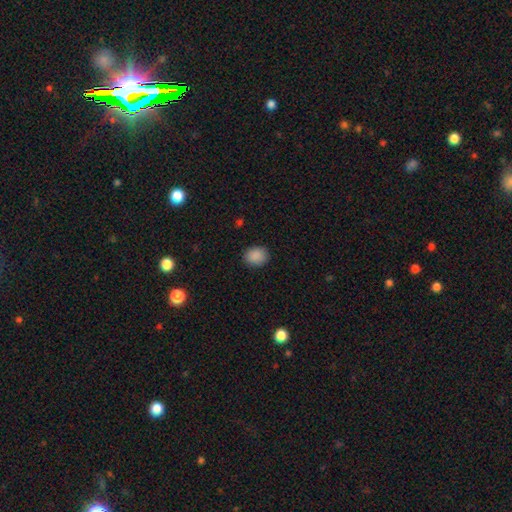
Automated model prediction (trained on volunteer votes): Smooth or featured: smooth — 88% (star or artifact — 9%)
How rounded: round — 66% (in between — 33%)
Merging: none — 88% (minor disturbance — 9%)